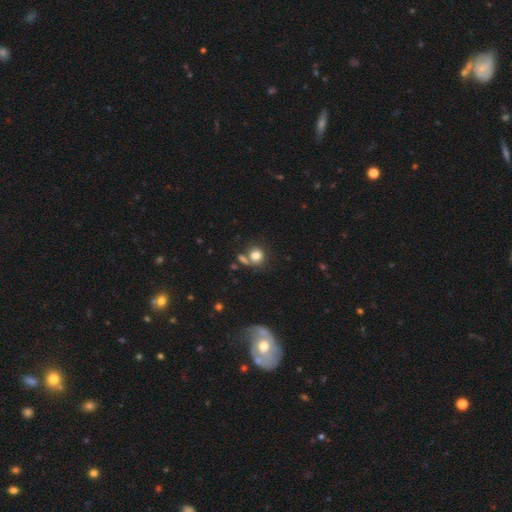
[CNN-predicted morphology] The model was most divided on "merging": none: 58%, merger: 24%, minor disturbance: 13%, major disturbance: 6%. More confident: how rounded — round (80%); smooth or featured — smooth (79%).